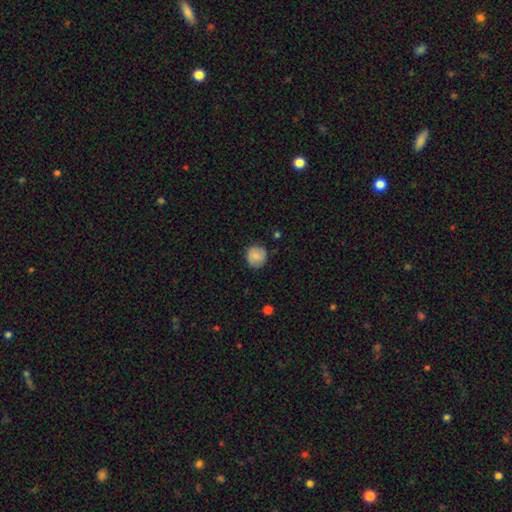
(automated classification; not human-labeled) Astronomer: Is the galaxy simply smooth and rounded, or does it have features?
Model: smooth — 81%.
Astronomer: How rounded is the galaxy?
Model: round — 90%.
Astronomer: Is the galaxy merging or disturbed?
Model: none — 84%.